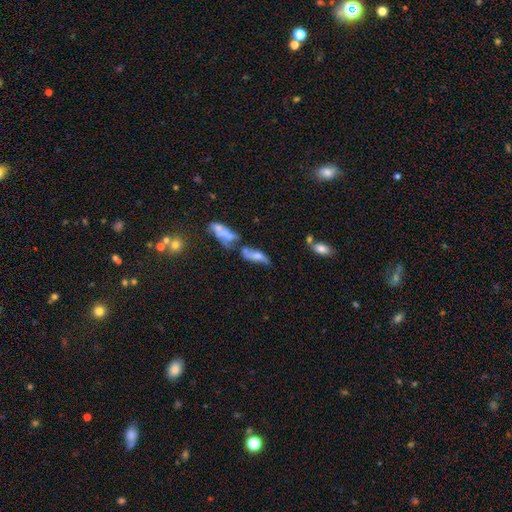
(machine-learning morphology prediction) Smooth or featured? smooth (50%)
How rounded? in between (57%)
Merging? merger (41%)